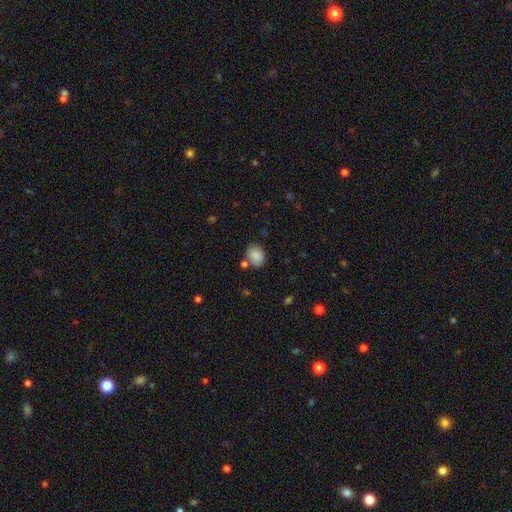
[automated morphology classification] type=smooth (86%); roundness=in between (51%); merging=none (74%).